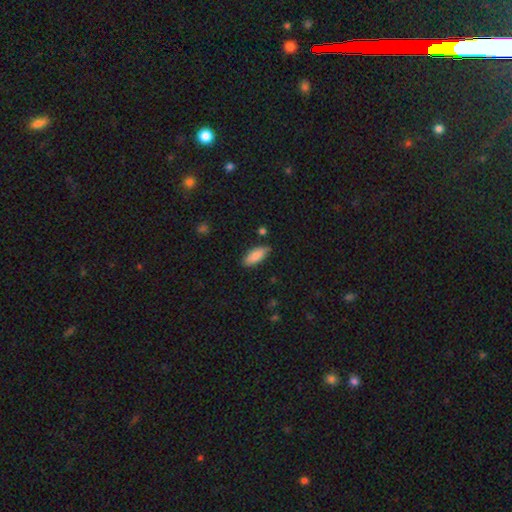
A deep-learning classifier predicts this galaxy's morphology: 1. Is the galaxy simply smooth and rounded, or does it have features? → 86% smooth, 8% featured or disk, 6% star or artifact.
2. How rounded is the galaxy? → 80% in between, 18% cigar-shaped, 2% round.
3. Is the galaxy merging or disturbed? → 82% none, 14% minor disturbance, 2% major disturbance, 2% merger.